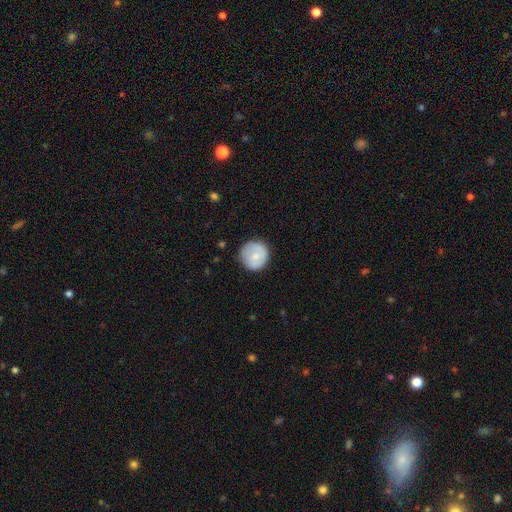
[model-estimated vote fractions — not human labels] This is likely a smooth galaxy (72%). How rounded: clearly round (93%). Merging: likely none (78%).